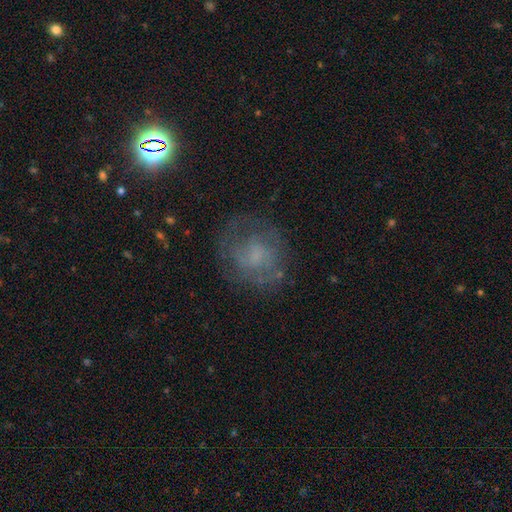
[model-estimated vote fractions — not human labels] Smooth or featured? featured or disk (55%)
Edge-on disk? no (97%)
Bar? no (67%)
Spiral arms? yes (68%)
Bulge size? none (43%)
Merging? none (66%)